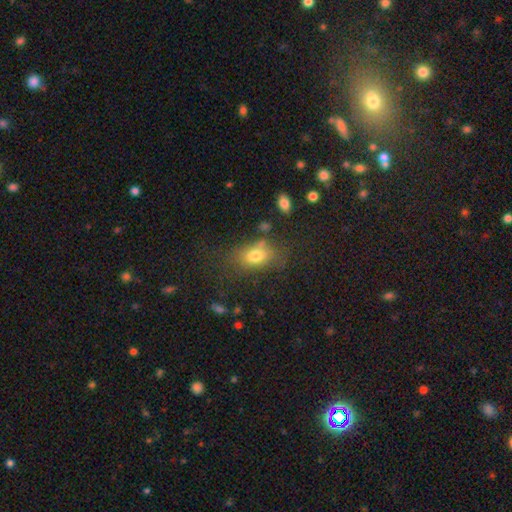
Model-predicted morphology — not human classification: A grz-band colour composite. It shows a smooth galaxy with no disk features (75%) that is in between round and cigar-shaped (76%). Merging: none (61%).